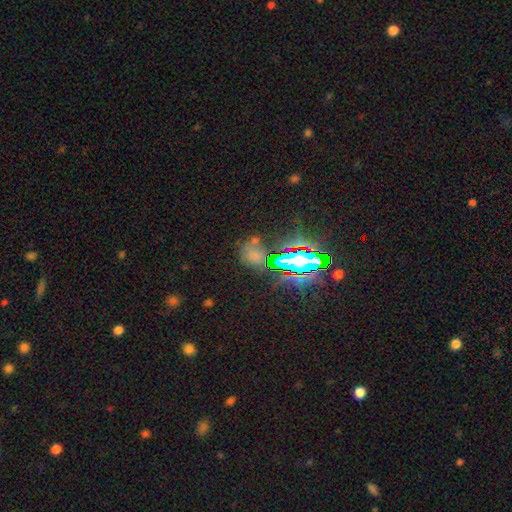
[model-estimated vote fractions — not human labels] Morphology: type=star or artifact (47%).